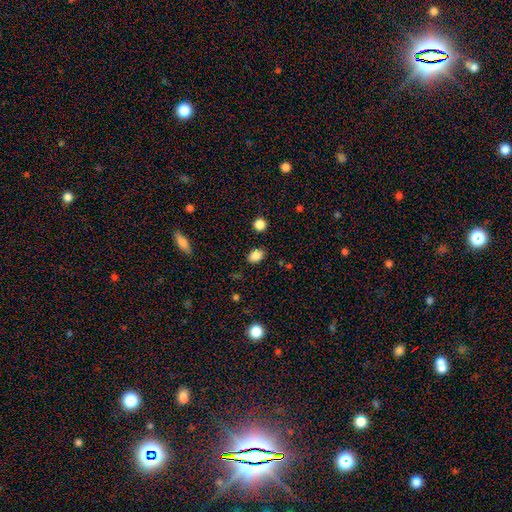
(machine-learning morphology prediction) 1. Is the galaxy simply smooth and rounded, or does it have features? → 85% smooth, 10% star or artifact, 5% featured or disk.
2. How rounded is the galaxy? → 70% in between, 29% round, 1% cigar-shaped.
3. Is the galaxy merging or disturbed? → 85% none, 10% minor disturbance, 3% major disturbance, 2% merger.